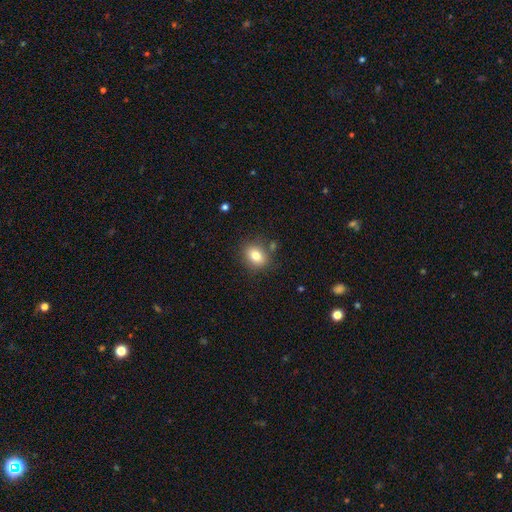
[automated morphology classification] Smooth or featured?
  - smooth: 81% *
  - star or artifact: 10%
  - featured or disk: 9%
How rounded?
  - in between: 57% *
  - round: 42%
  - cigar-shaped: 1%
Merging?
  - none: 79% *
  - minor disturbance: 12%
  - merger: 5%
  - major disturbance: 3%